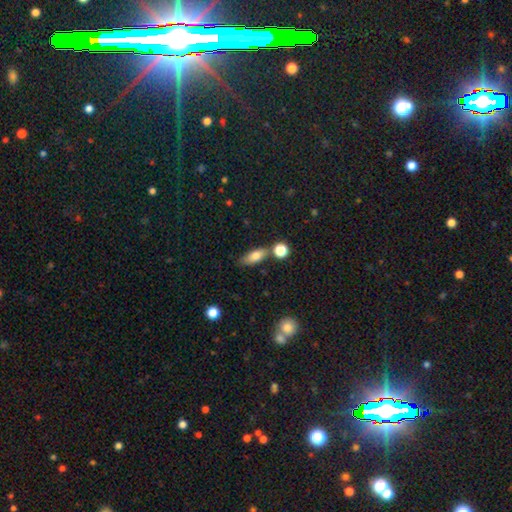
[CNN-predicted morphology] Smooth or featured: smooth — 77% (featured or disk — 14%)
How rounded: in between — 69% (cigar-shaped — 24%)
Merging: none — 65% (minor disturbance — 15%)